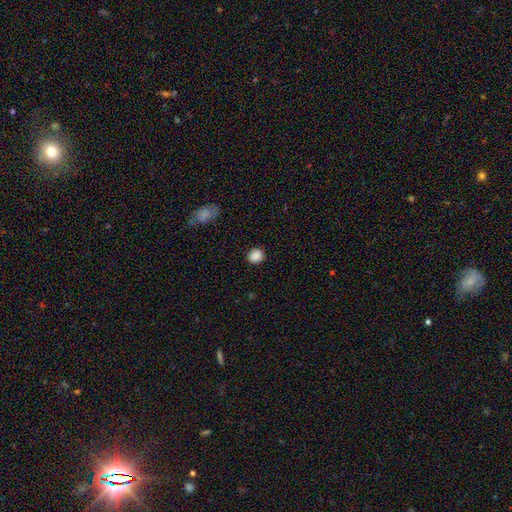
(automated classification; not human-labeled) Morphology: type=smooth (88%); roundness=round (74%); merging=none (88%).